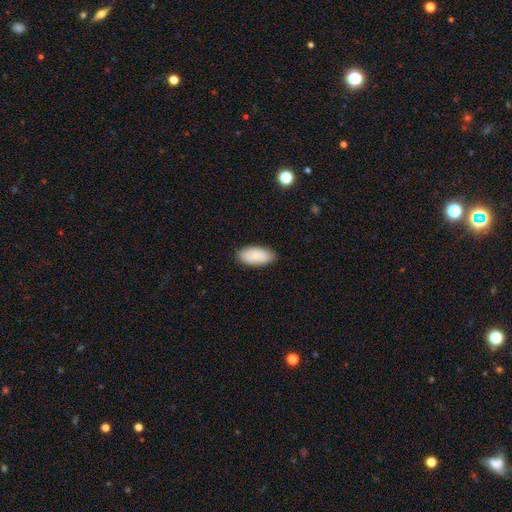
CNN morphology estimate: type=smooth (87%); roundness=in between (92%); merging=none (86%).